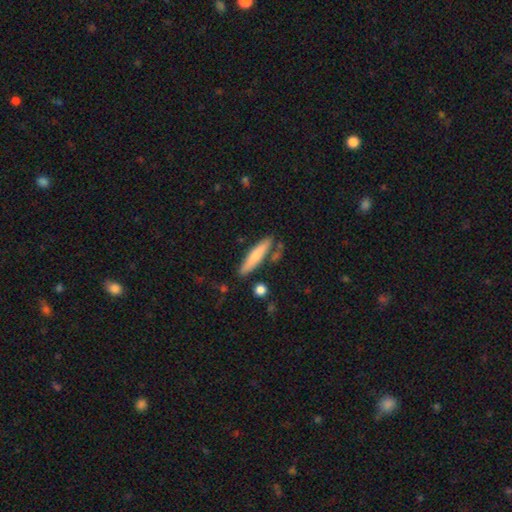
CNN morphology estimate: type=smooth (68%); roundness=cigar-shaped (87%); merging=none (79%).